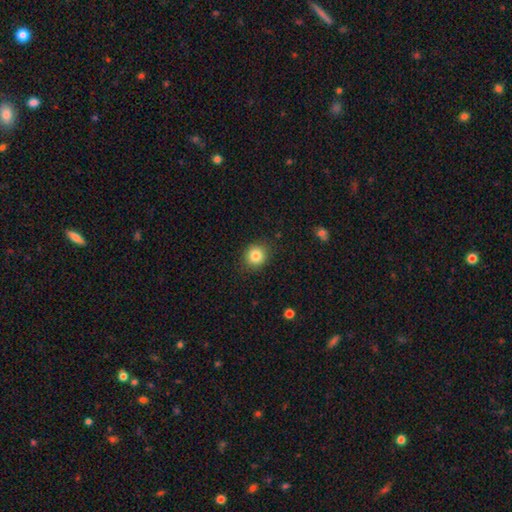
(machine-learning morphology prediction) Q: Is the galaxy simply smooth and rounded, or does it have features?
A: smooth — 84%.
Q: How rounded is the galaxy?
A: round — 87%.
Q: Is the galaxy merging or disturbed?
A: none — 88%.